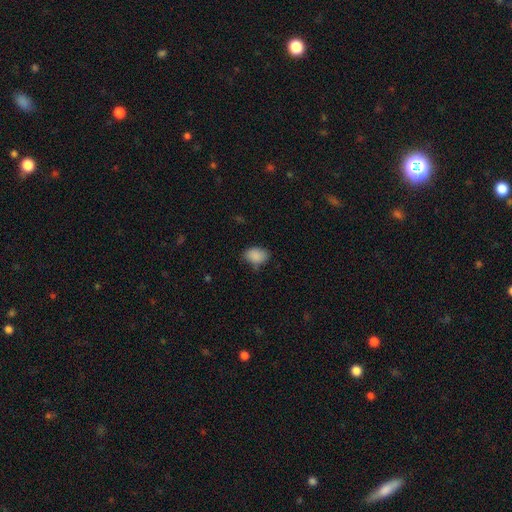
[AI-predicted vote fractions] Smooth or featured?
  - smooth: 87% *
  - star or artifact: 8%
  - featured or disk: 4%
How rounded?
  - in between: 78% *
  - round: 21%
  - cigar-shaped: 1%
Merging?
  - none: 70% *
  - minor disturbance: 24%
  - major disturbance: 5%
  - merger: 2%